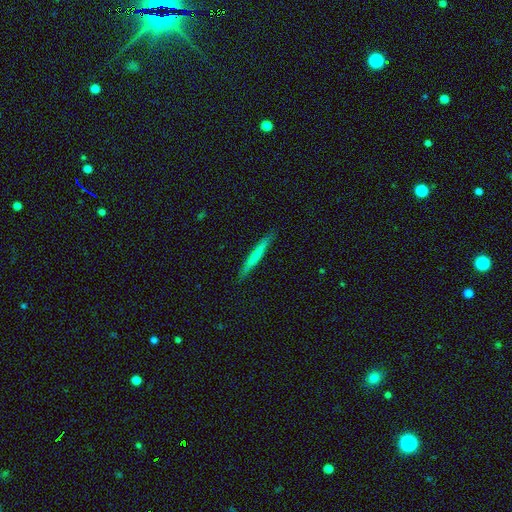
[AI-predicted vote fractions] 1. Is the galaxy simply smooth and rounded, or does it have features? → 64% smooth, 31% featured or disk, 6% star or artifact.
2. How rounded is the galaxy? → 96% cigar-shaped, 2% in between, 1% round.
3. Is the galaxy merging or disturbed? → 90% none, 7% minor disturbance, 1% major disturbance, 1% merger.